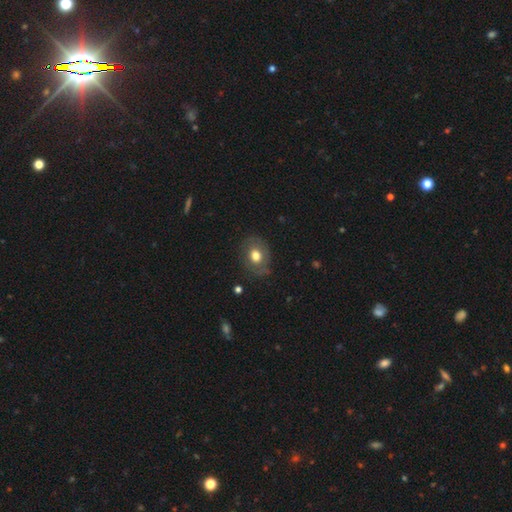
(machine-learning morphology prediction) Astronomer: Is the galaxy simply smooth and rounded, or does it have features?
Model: smooth — 64%.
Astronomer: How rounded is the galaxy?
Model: round — 53% (runner-up: in between, 47%).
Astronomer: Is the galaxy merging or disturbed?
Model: none — 77%.